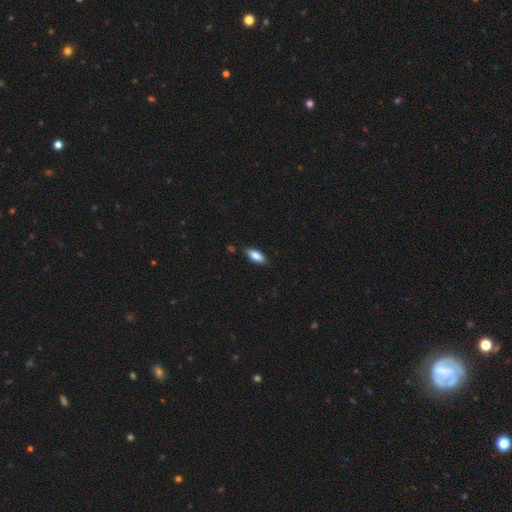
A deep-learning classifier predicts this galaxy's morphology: The model was most divided on "how rounded": in between: 82%, cigar-shaped: 16%, round: 2%. More confident: smooth or featured — smooth (86%); merging — none (84%).